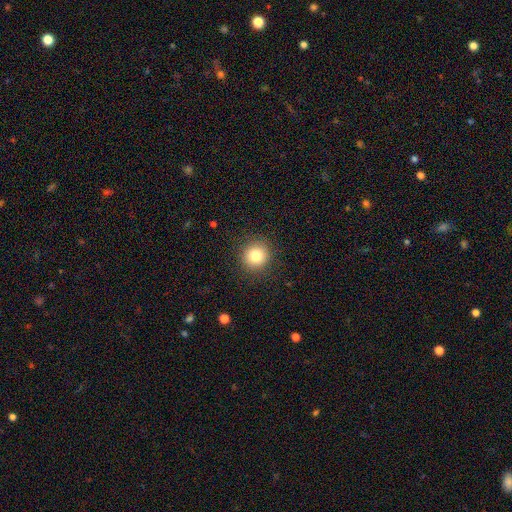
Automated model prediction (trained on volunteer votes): The model was most divided on "smooth or featured": smooth: 82%, star or artifact: 11%, featured or disk: 8%. More confident: how rounded — round (90%); merging — none (90%).